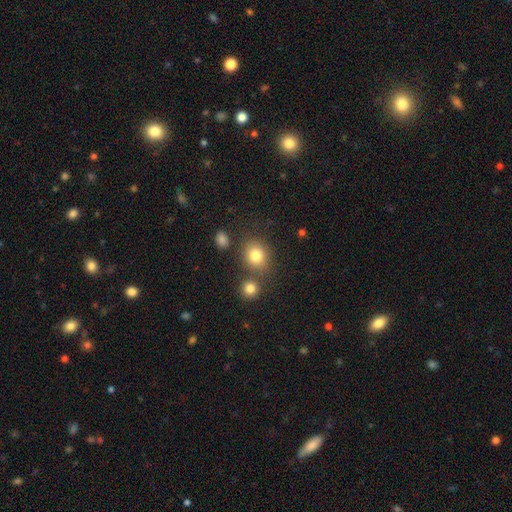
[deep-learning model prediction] Morphology: type=smooth (80%); roundness=round (70%); merging=none (67%).